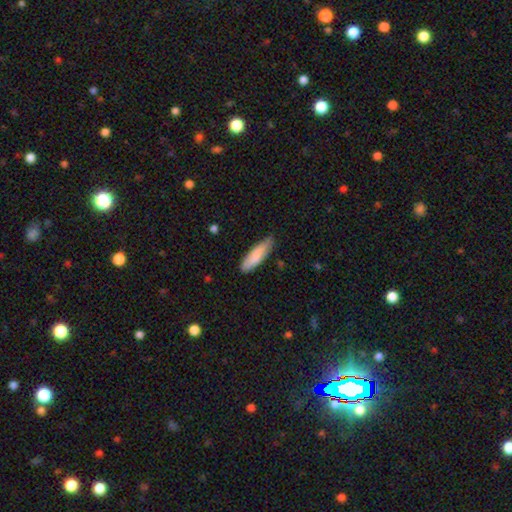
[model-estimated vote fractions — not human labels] This is clearly a smooth galaxy (84%). How rounded: possibly cigar-shaped (59%). Merging: likely none (74%).